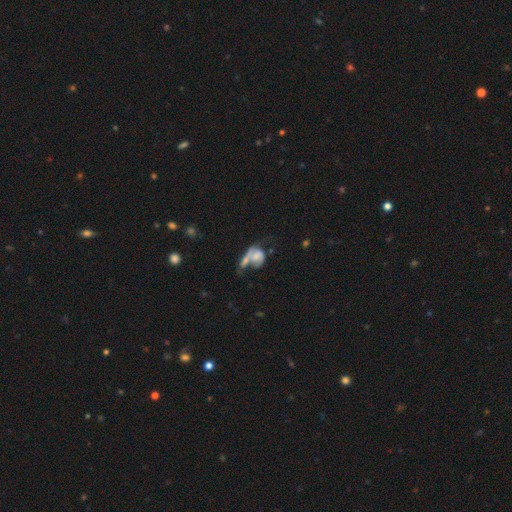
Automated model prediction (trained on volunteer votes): Overall: smooth (50%; featured or disk 40%). Merging: merger (47%; major disturbance 22%).